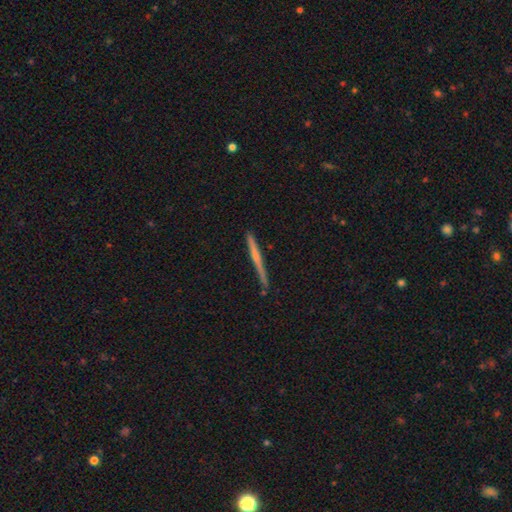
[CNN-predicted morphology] smooth-or-featured: featured or disk: 60% | smooth: 34% | star or artifact: 6%
  disk-edge-on: yes: 98% | no: 2%
    edge-on-bulge: rounded: 48% | none: 46% | boxy: 6%
  merging: none: 85% | minor disturbance: 11% | merger: 2% | major disturbance: 2%